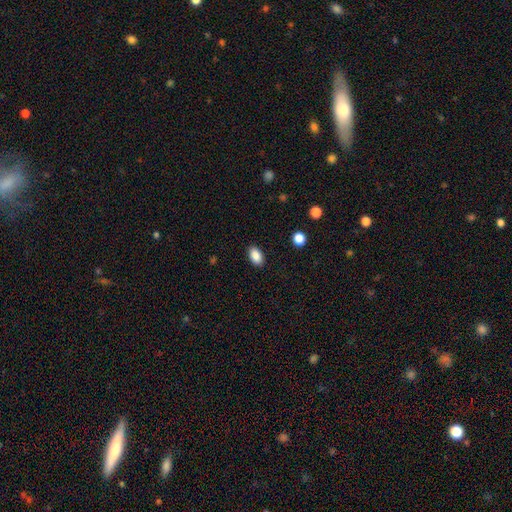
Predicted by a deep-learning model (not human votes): Q: Smooth or featured?
A: smooth (89%); runner-up: star or artifact (8%)
Q: How rounded?
A: in between (91%); runner-up: round (7%)
Q: Merging?
A: none (89%); runner-up: minor disturbance (8%)